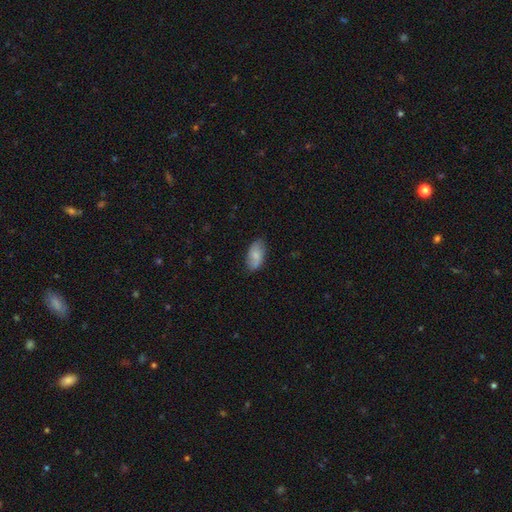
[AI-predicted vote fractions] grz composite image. It shows a smooth galaxy with no disk features (74%) that is in between round and cigar-shaped (93%). Merging: none (78%).